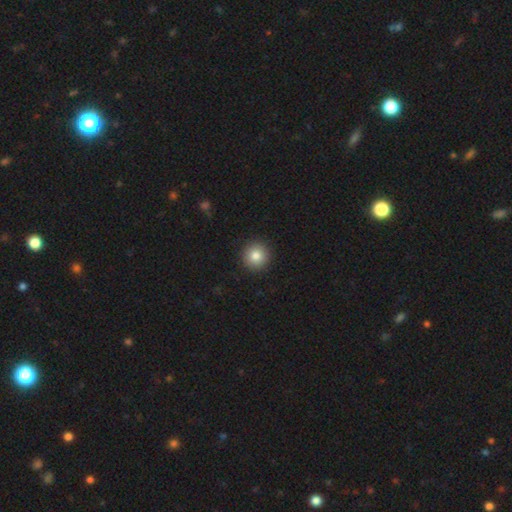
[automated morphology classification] This appears to be a smooth galaxy with no disk features (83%) that is round (95%). Merging: none (93%).